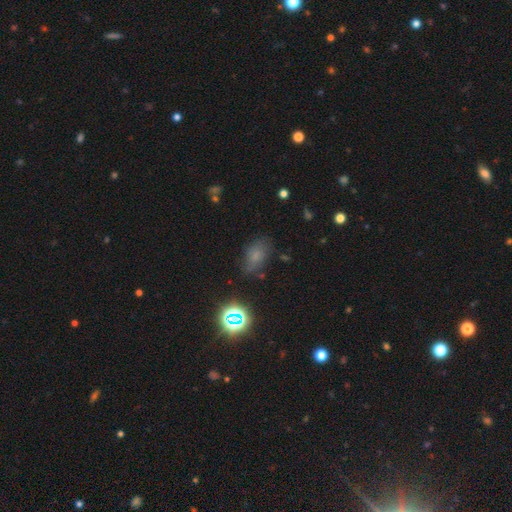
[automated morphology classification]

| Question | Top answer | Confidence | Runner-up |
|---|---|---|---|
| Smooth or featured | smooth | 64% | star or artifact (22%) |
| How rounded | in between | 84% | round (13%) |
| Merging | none | 64% | minor disturbance (24%) |